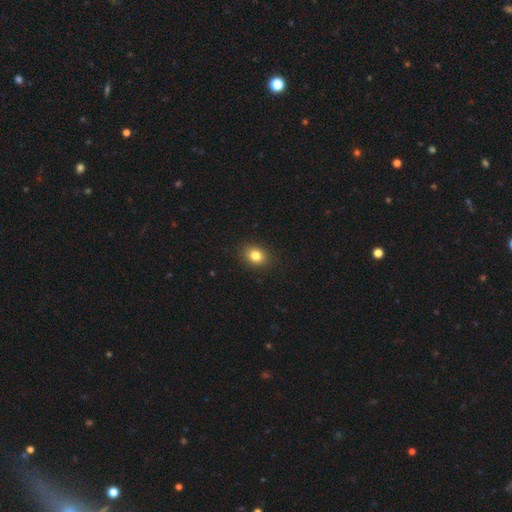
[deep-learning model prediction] The model was most divided on "how rounded": in between: 55%, round: 44%, cigar-shaped: 1%. More confident: merging — none (89%); smooth or featured — smooth (82%).